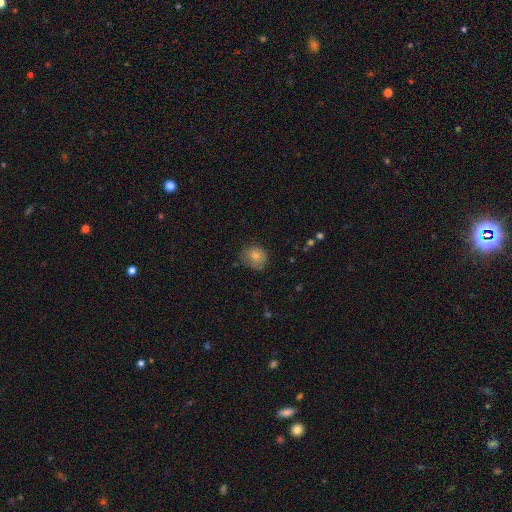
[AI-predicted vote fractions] The model was most divided on "merging": none: 70%, minor disturbance: 23%, major disturbance: 6%, merger: 2%. More confident: how rounded — round (78%); smooth or featured — smooth (71%).